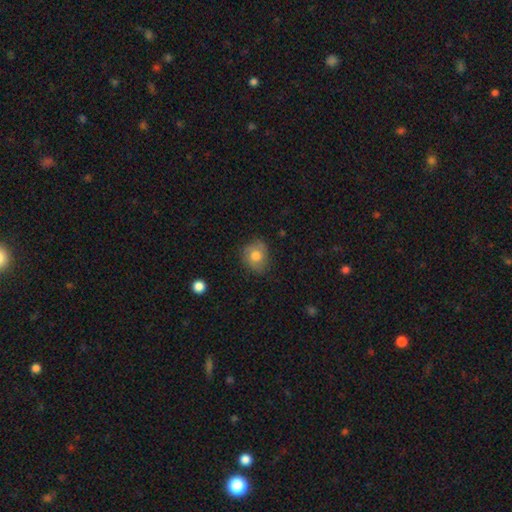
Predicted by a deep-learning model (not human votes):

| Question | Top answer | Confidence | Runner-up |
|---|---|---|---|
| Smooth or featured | smooth | 74% | featured or disk (17%) |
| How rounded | round | 69% | in between (30%) |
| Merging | none | 71% | minor disturbance (22%) |